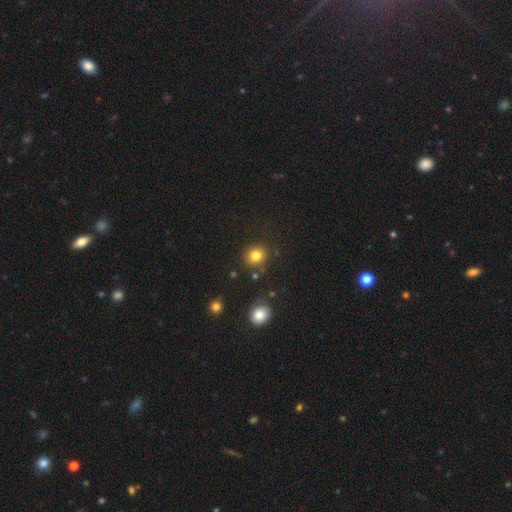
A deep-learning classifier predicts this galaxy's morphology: type=smooth (81%); roundness=round (80%); merging=none (84%).